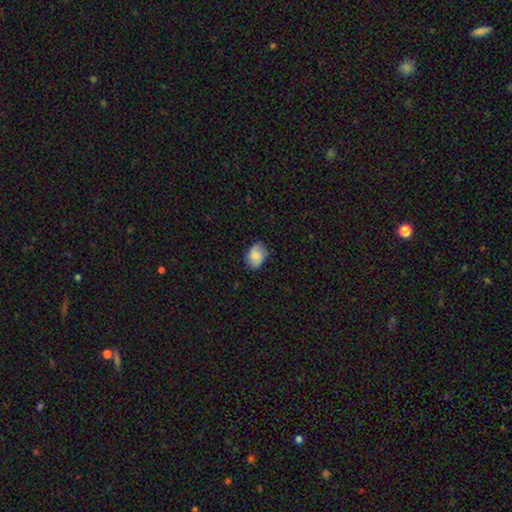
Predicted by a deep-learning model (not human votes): This is likely a smooth galaxy (60%). How rounded: likely in between (70%). Merging: likely none (79%).